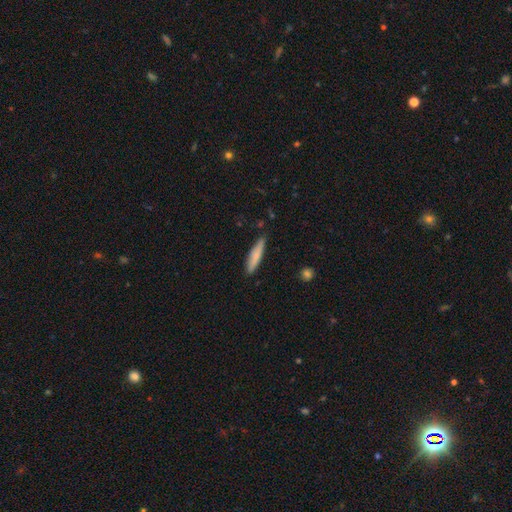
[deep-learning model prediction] Smooth or featured: smooth — 76% (featured or disk — 18%)
How rounded: cigar-shaped — 86% (in between — 13%)
Merging: none — 85% (minor disturbance — 11%)